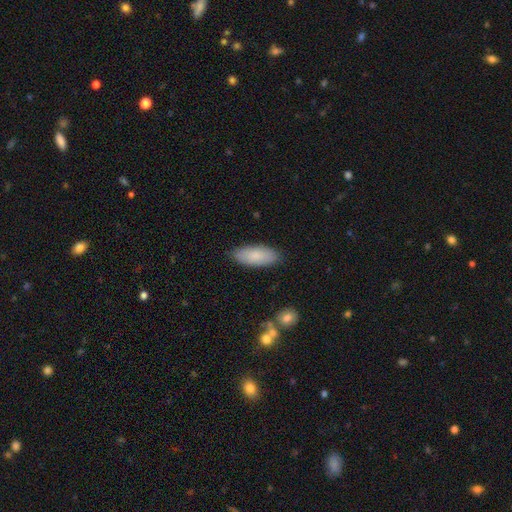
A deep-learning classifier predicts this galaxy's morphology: Smooth or featured? Predicted: smooth (p=0.83). How rounded? Predicted: in between (p=0.81). Merging? Predicted: none (p=0.86).